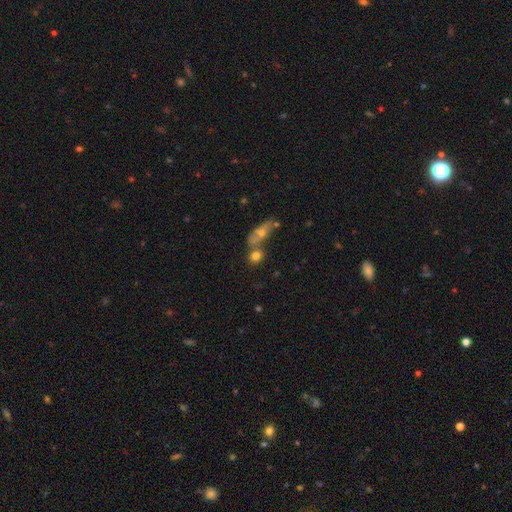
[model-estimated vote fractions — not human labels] A smooth galaxy with no disk features (73%) that is round (70%). Merging: none (50%).